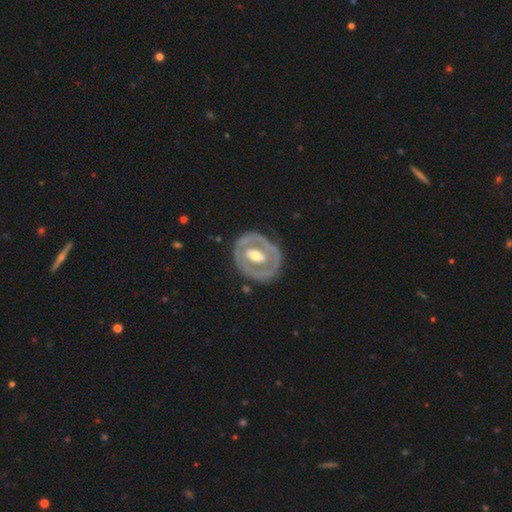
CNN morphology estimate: smooth-or-featured: featured or disk: 72% | smooth: 24% | star or artifact: 4%
  disk-edge-on: no: 95% | yes: 5%
    bar: no: 40% | weak: 34% | strong: 26%
    has-spiral-arms: no: 71% | yes: 29%
    bulge-size: moderate: 68% | large: 15% | small: 14% | none: 1% | dominant: 1%
  merging: none: 72% | minor disturbance: 18% | major disturbance: 8% | merger: 2%